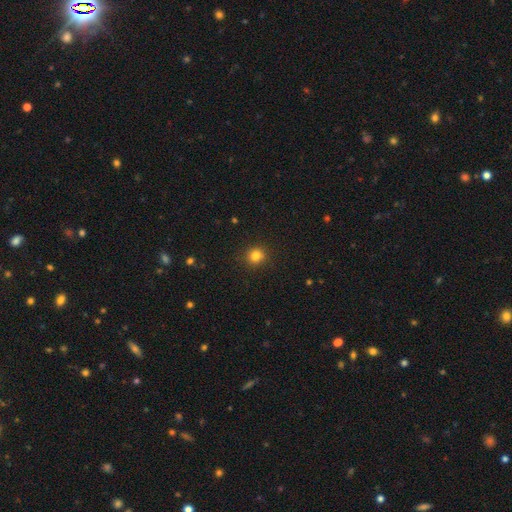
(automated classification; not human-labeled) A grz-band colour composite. It shows a smooth galaxy with no disk features (82%) that is round (87%). Merging: none (90%).